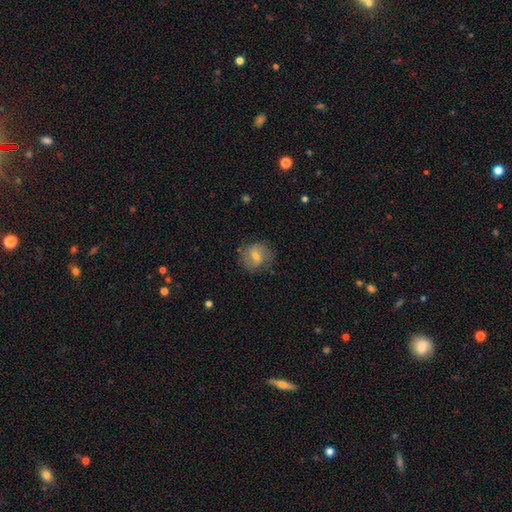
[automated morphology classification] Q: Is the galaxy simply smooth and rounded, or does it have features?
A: smooth — 46%.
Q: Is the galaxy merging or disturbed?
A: none — 77%.